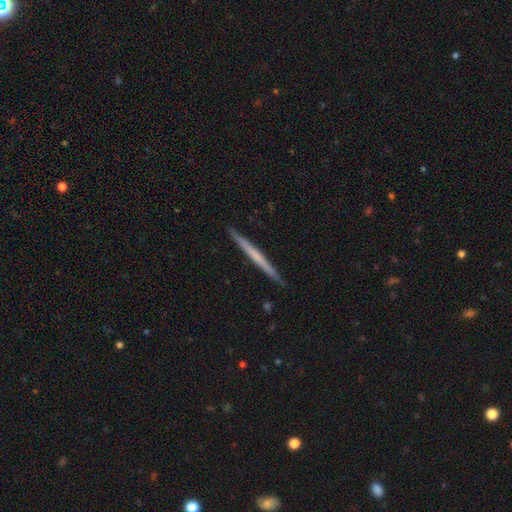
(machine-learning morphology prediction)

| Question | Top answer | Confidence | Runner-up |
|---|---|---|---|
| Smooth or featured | featured or disk | 50% | smooth (45%) |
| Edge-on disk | yes | 98% | no (2%) |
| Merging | none | 92% | minor disturbance (6%) |